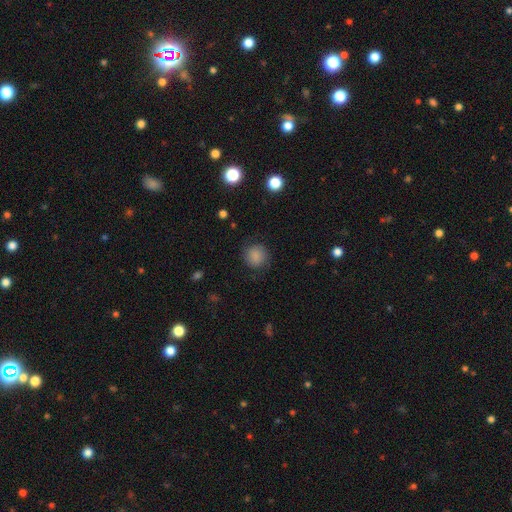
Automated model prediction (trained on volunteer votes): The model was most divided on "merging": none: 82%, minor disturbance: 12%, major disturbance: 4%, merger: 1%. More confident: how rounded — round (90%); smooth or featured — smooth (83%).